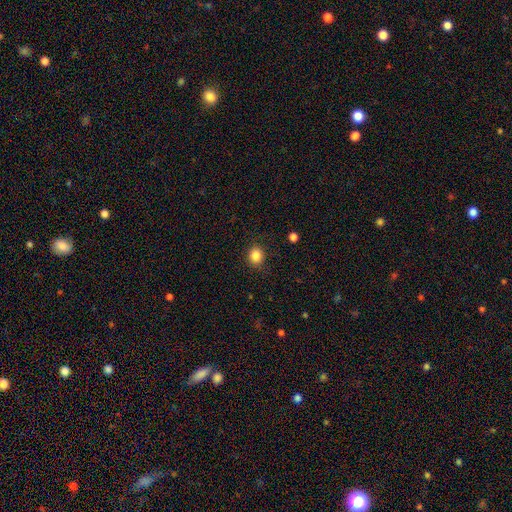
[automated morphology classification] A smooth galaxy with no disk features (85%) that is round (73%).

Vote fractions:
- Smooth or featured? smooth: 85% / star or artifact: 11% / featured or disk: 4%
- How rounded? round: 73% / in between: 26% / cigar-shaped: 1%
- Merging? none: 87% / minor disturbance: 9% / major disturbance: 3% / merger: 1%